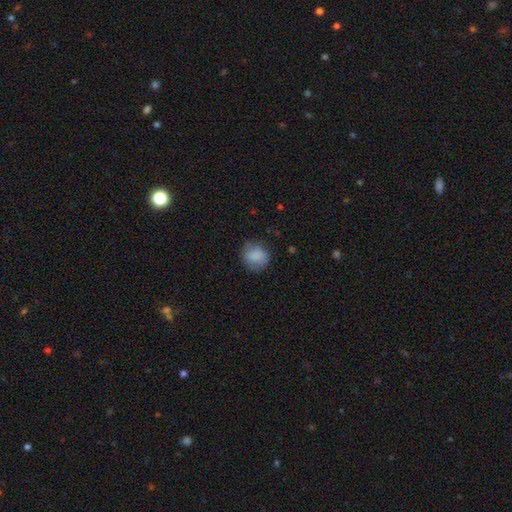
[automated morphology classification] smooth-or-featured: smooth: 83% | featured or disk: 9% | star or artifact: 8%
  how-rounded: round: 76% | in between: 23% | cigar-shaped: 1%
  merging: none: 72% | minor disturbance: 20% | major disturbance: 6% | merger: 1%